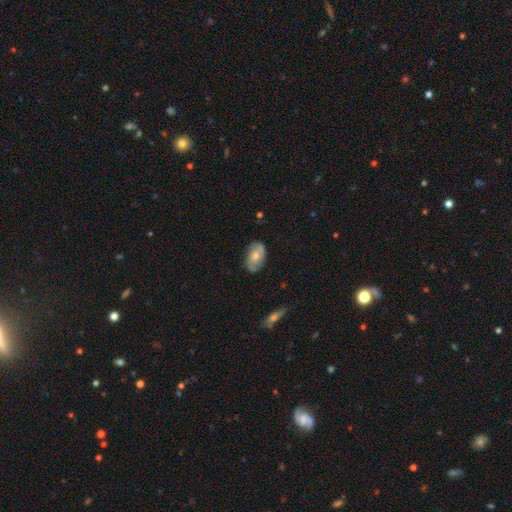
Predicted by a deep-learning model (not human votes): Overall: featured or disk (47%; smooth 46%). Merging: none (77%).